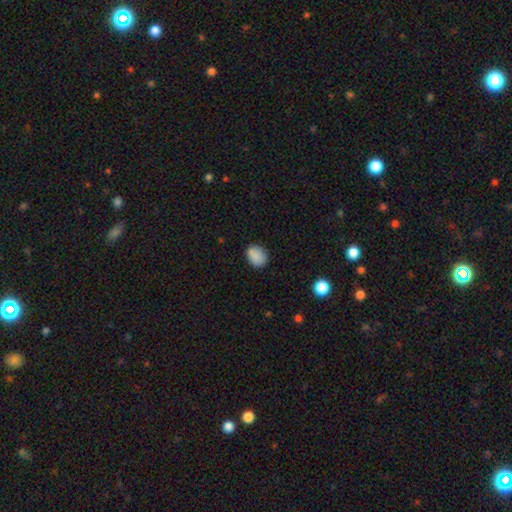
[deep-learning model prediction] The model was most divided on "how rounded": in between: 50%, round: 49%, cigar-shaped: 1%. More confident: smooth or featured — smooth (85%); merging — none (78%).